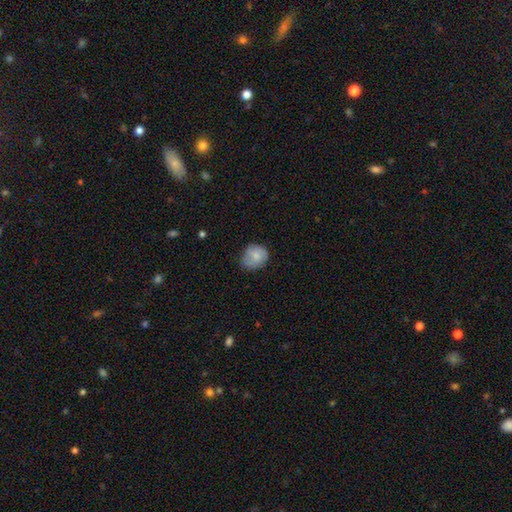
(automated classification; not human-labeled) smooth-or-featured: smooth: 75% | featured or disk: 18% | star or artifact: 7%
  how-rounded: round: 62% | in between: 37% | cigar-shaped: 1%
  merging: none: 60% | minor disturbance: 31% | major disturbance: 7% | merger: 1%